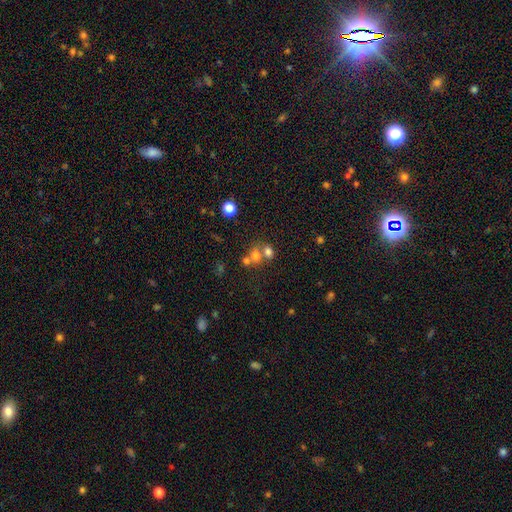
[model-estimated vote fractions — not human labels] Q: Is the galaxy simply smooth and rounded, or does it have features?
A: smooth — 67%.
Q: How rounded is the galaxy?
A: round — 61%.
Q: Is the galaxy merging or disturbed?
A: merger — 54%.